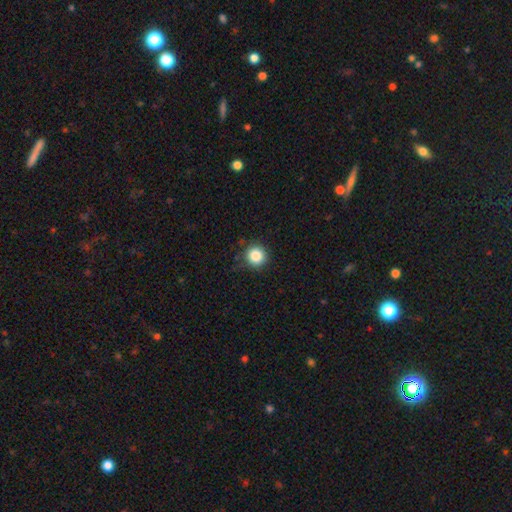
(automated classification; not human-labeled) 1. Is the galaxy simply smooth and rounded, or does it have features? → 85% smooth, 11% star or artifact, 5% featured or disk.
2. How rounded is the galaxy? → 94% round, 5% in between, 1% cigar-shaped.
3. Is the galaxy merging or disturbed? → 85% none, 11% minor disturbance, 3% major disturbance, 1% merger.